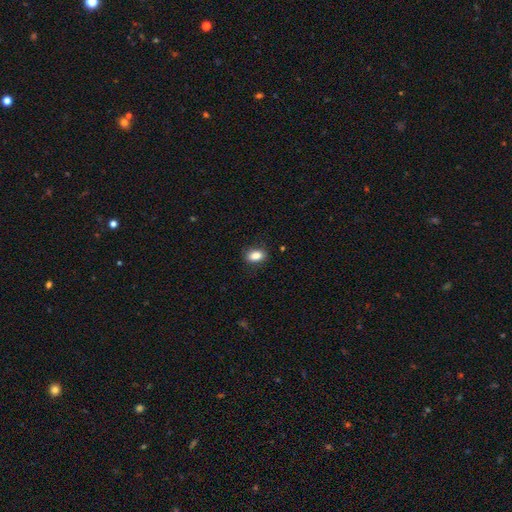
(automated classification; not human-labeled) A smooth galaxy with no disk features (86%) that is in between round and cigar-shaped (85%).

Vote fractions:
- Smooth or featured? smooth: 86% / star or artifact: 8% / featured or disk: 5%
- How rounded? in between: 85% / round: 12% / cigar-shaped: 3%
- Merging? none: 86% / minor disturbance: 11% / major disturbance: 3% / merger: 1%